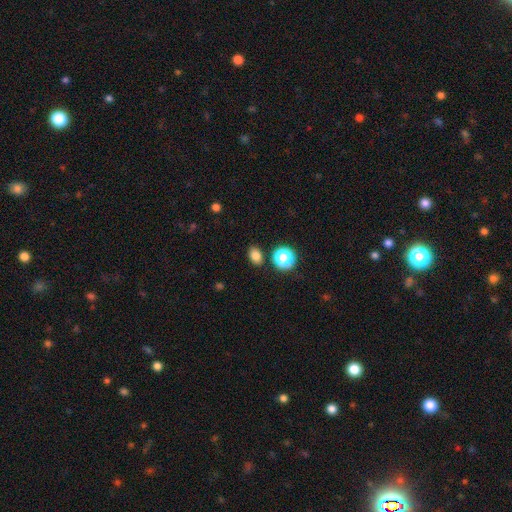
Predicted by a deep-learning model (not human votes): This is likely a smooth galaxy (78%). How rounded: likely in between (69%). Merging: clearly none (84%).